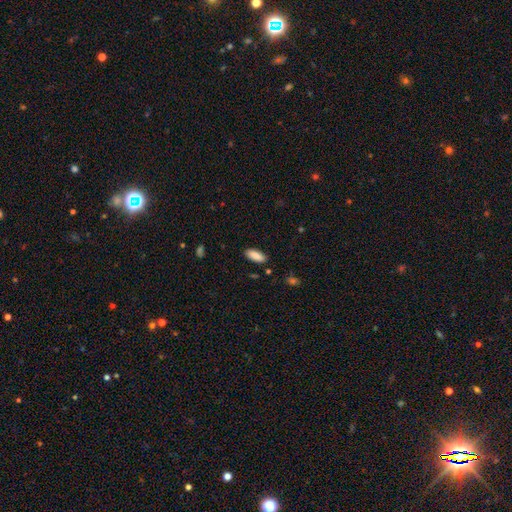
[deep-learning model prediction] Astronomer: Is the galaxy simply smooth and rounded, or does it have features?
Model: smooth — 88%.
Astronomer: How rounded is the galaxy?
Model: in between — 81%.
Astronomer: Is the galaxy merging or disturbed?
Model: none — 87%.